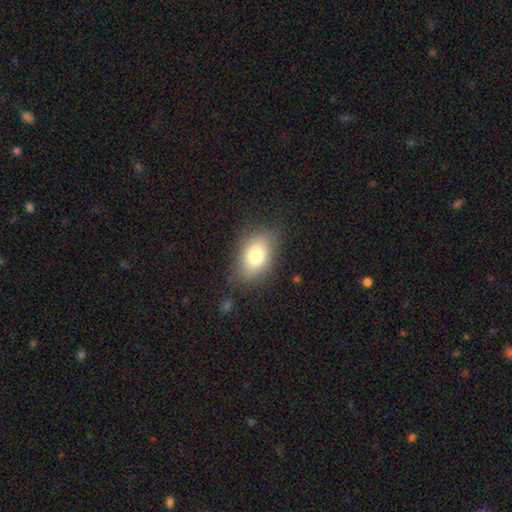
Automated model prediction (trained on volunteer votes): A smooth galaxy with no disk features (76%) that is in between round and cigar-shaped (82%).

Vote fractions:
- Smooth or featured? smooth: 76% / featured or disk: 14% / star or artifact: 10%
- How rounded? in between: 82% / round: 16% / cigar-shaped: 2%
- Merging? none: 76% / minor disturbance: 16% / major disturbance: 6% / merger: 1%